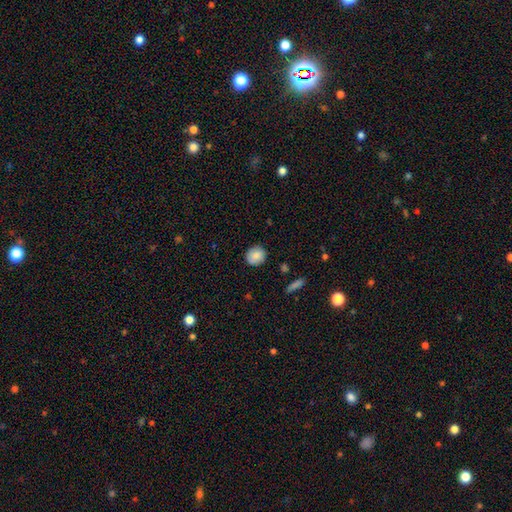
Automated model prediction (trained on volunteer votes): smooth-or-featured: smooth: 85% | star or artifact: 8% | featured or disk: 7%
  how-rounded: round: 88% | in between: 11% | cigar-shaped: 1%
  merging: none: 88% | minor disturbance: 9% | major disturbance: 2% | merger: 1%